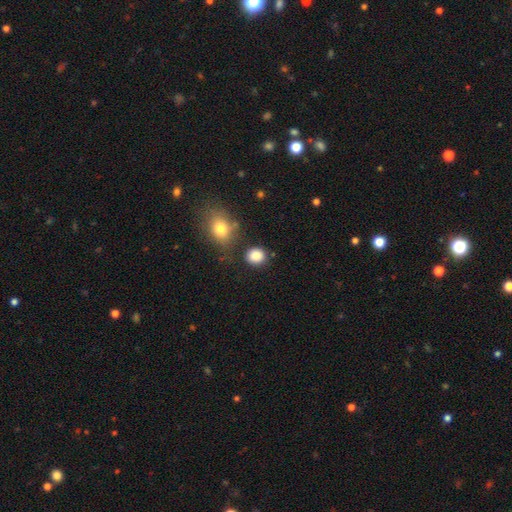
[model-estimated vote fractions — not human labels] Smooth or featured: smooth — 87% (star or artifact — 9%)
How rounded: round — 76% (in between — 22%)
Merging: none — 79% (minor disturbance — 12%)